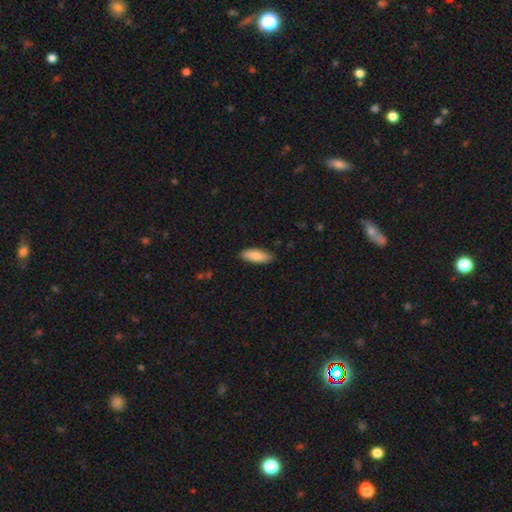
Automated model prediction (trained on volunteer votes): This appears to be a smooth galaxy with no disk features (83%) that is in between round and cigar-shaped (65%). Merging: none (88%).